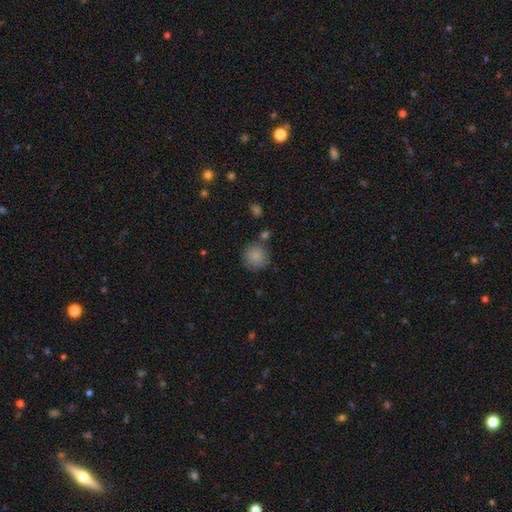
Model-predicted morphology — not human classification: This appears to be a smooth galaxy with no disk features (85%) that is round (91%). Merging: none (74%).